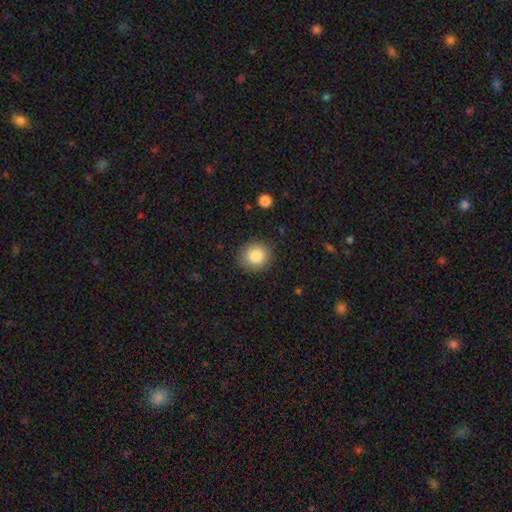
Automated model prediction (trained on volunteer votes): A smooth galaxy with no disk features (84%) that is round (85%).

Vote fractions:
- Smooth or featured? smooth: 84% / star or artifact: 9% / featured or disk: 7%
- How rounded? round: 85% / in between: 15% / cigar-shaped: 1%
- Merging? none: 89% / minor disturbance: 8% / major disturbance: 2% / merger: 1%